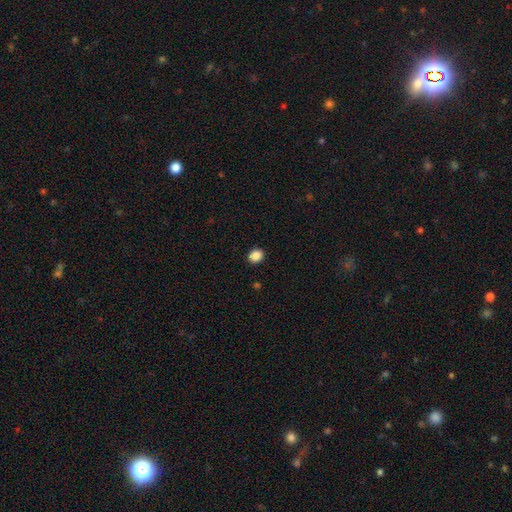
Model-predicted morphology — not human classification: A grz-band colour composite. It shows a smooth galaxy with no disk features (88%) that is round (57%). Merging: none (91%).